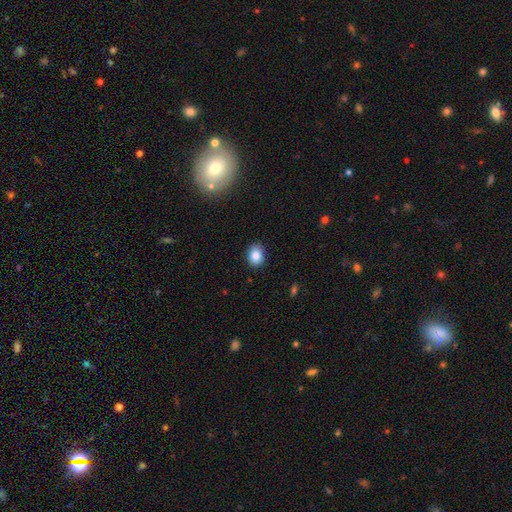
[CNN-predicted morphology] This appears to be a smooth galaxy with no disk features (86%) that is in between round and cigar-shaped (62%). Merging: none (87%).